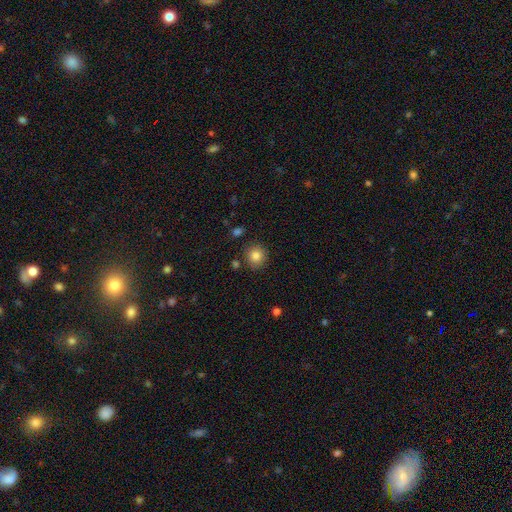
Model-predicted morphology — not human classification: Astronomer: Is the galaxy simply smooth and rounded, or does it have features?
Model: smooth — 84%.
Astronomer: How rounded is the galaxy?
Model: round — 90%.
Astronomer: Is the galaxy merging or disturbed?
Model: none — 85%.